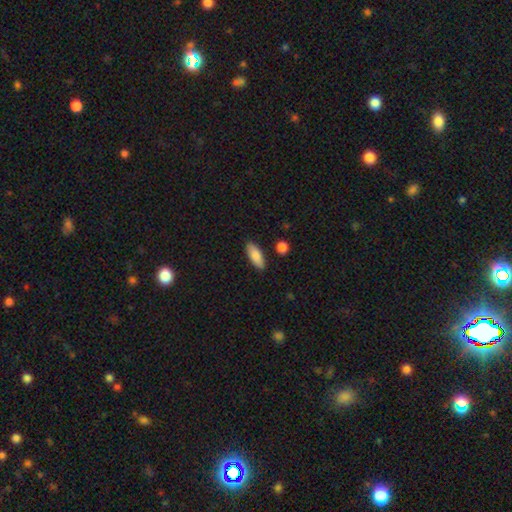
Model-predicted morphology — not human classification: Smooth or featured? smooth (85%)
How rounded? in between (73%)
Merging? none (86%)